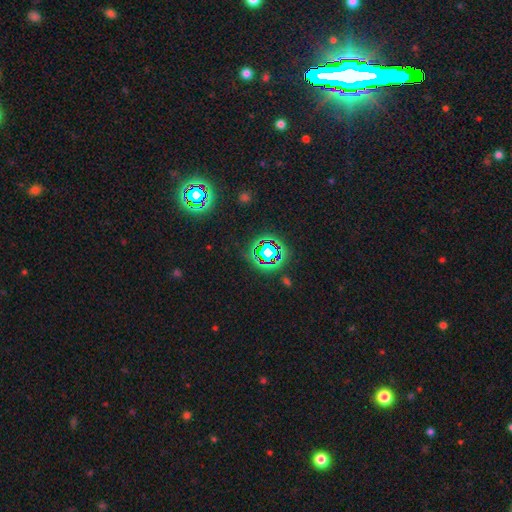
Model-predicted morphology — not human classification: smooth-or-featured: star or artifact: 80% | smooth: 12% | featured or disk: 9%